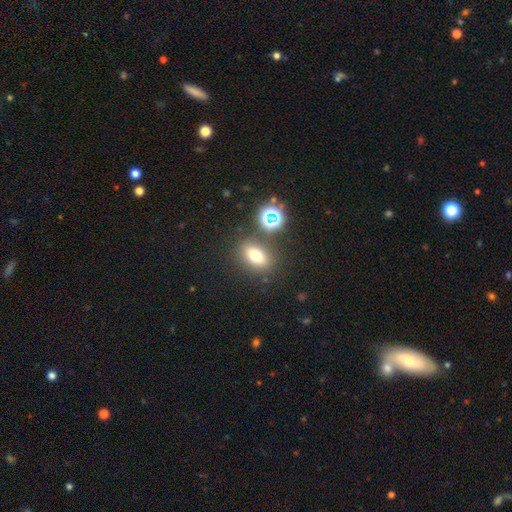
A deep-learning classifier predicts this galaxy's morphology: type=smooth (70%); roundness=in between (66%); merging=none (78%).